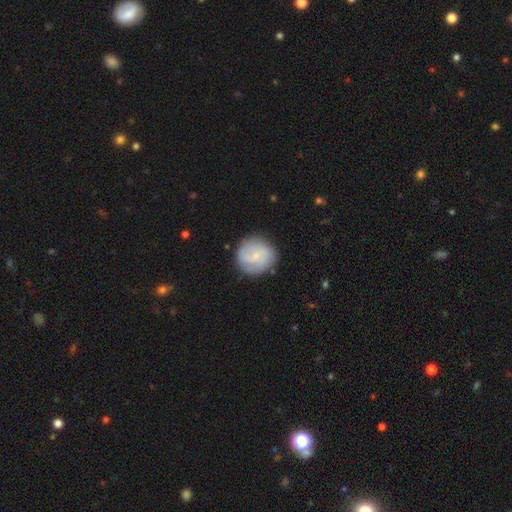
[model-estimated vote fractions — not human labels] This appears to be a smooth galaxy with no disk features (52%) that is round (92%). Merging: none (81%).